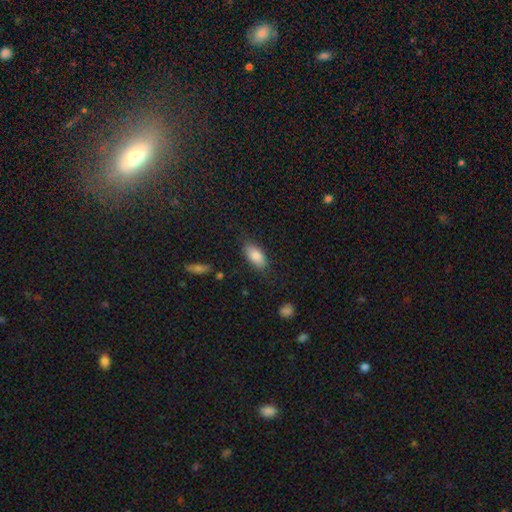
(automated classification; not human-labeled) smooth-or-featured: smooth: 83% | featured or disk: 10% | star or artifact: 7%
  how-rounded: in between: 91% | cigar-shaped: 6% | round: 3%
  merging: none: 79% | minor disturbance: 16% | major disturbance: 4% | merger: 2%